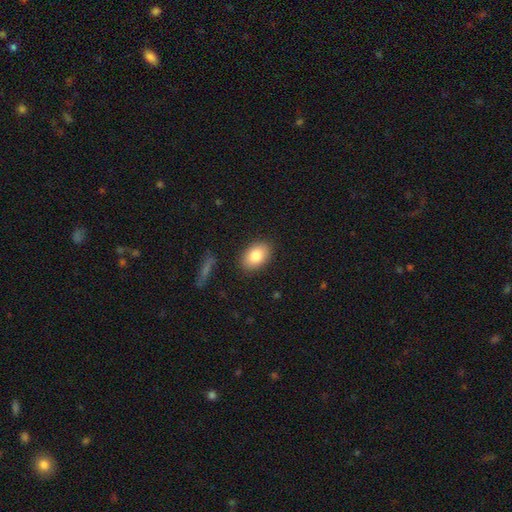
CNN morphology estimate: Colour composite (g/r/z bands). It shows a smooth galaxy with no disk features (83%) that is in between round and cigar-shaped (86%). Merging: none (88%).